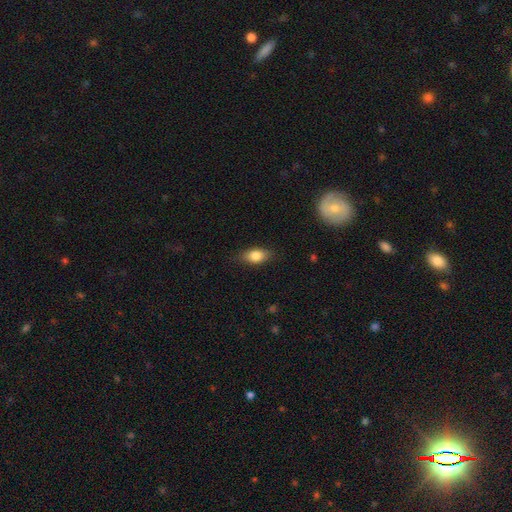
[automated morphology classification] type=smooth (82%); roundness=in between (85%); merging=none (81%).